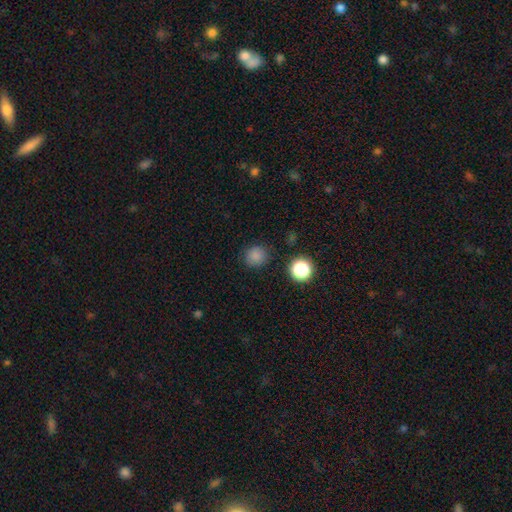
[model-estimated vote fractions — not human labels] Smooth or featured: smooth — 82% (star or artifact — 14%)
How rounded: round — 90% (in between — 9%)
Merging: none — 87% (minor disturbance — 9%)